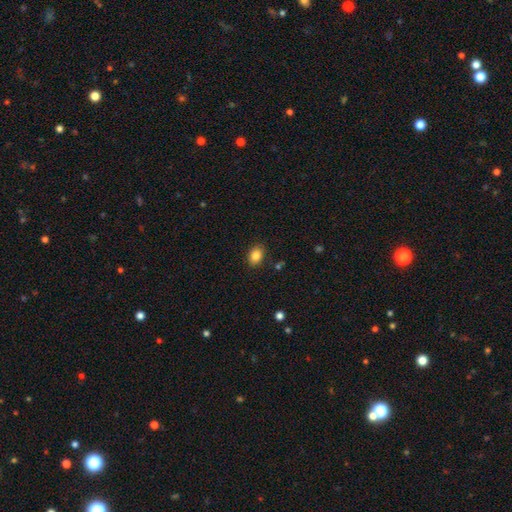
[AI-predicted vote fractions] This appears to be a smooth galaxy with no disk features (85%) that is in between round and cigar-shaped (71%). Merging: none (87%).